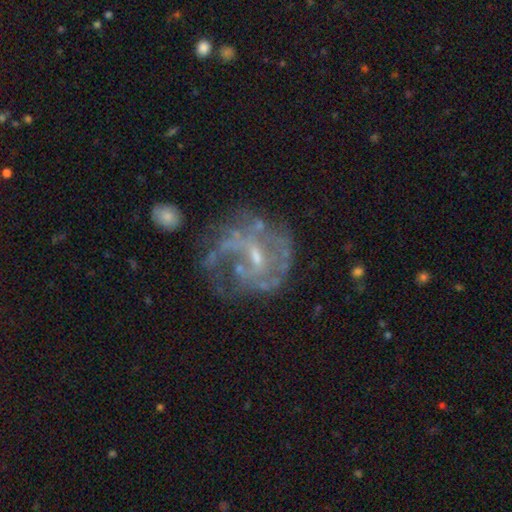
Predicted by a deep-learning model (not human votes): Overall: featured or disk (77%). Edge-on disk: no (98%). Bar: weak (46%; no 42%). Spiral arms: yes (69%; no 31%). Spiral arm count: can't tell (39%; 2 27%). Spiral winding: medium (40%; tight 34%). Bulge size: small (57%; moderate 27%). Merging: none (49%; major disturbance 25%).